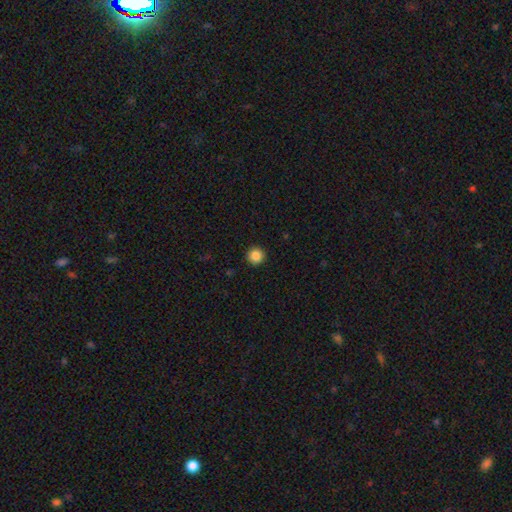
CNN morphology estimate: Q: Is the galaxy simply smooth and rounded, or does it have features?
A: smooth — 86%.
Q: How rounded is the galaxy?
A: round — 96%.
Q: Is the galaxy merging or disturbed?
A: none — 93%.